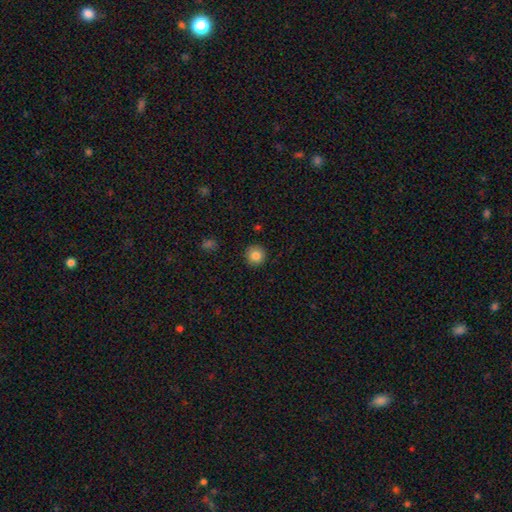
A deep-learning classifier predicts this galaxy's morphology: Overall: smooth (85%). How rounded: round (94%). Merging: none (92%).